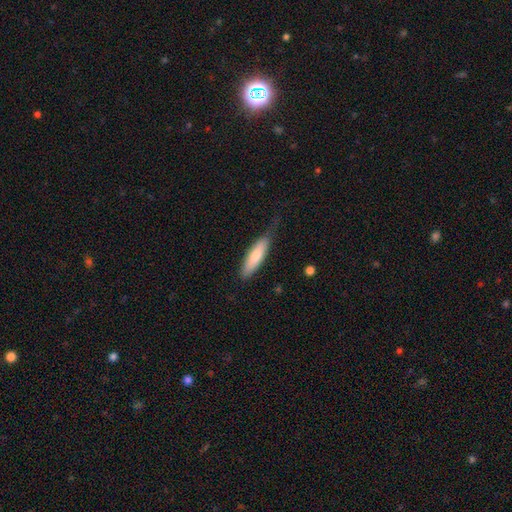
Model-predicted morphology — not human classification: Smooth or featured? Predicted: smooth (p=0.75). How rounded? Predicted: cigar-shaped (p=0.58). Merging? Predicted: none (p=0.66).